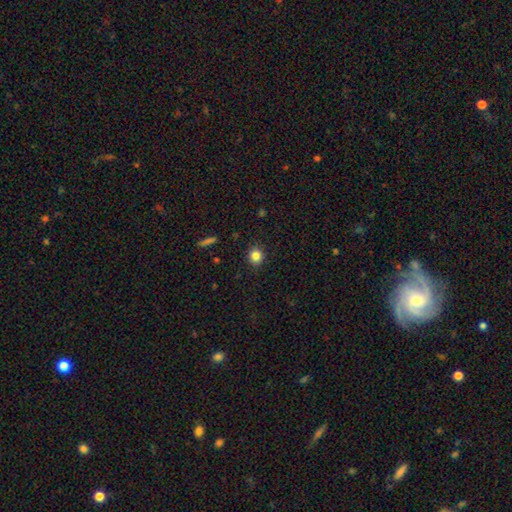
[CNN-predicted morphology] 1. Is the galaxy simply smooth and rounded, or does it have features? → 83% smooth, 11% star or artifact, 6% featured or disk.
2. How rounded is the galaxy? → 85% round, 14% in between, 1% cigar-shaped.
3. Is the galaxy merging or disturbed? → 90% none, 7% minor disturbance, 2% major disturbance, 1% merger.